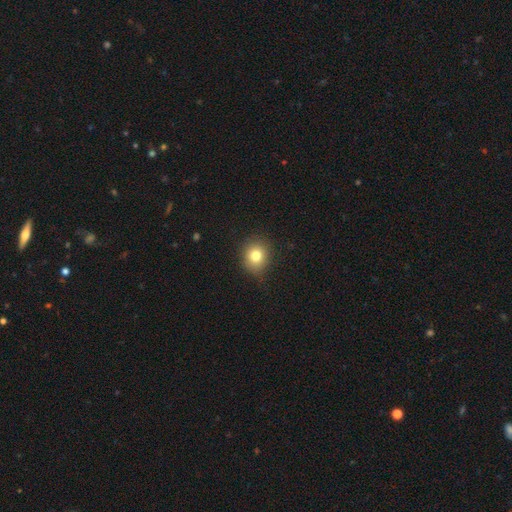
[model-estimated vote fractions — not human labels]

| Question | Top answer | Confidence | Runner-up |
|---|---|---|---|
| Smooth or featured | smooth | 78% | star or artifact (12%) |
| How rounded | round | 79% | in between (20%) |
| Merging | none | 85% | minor disturbance (12%) |